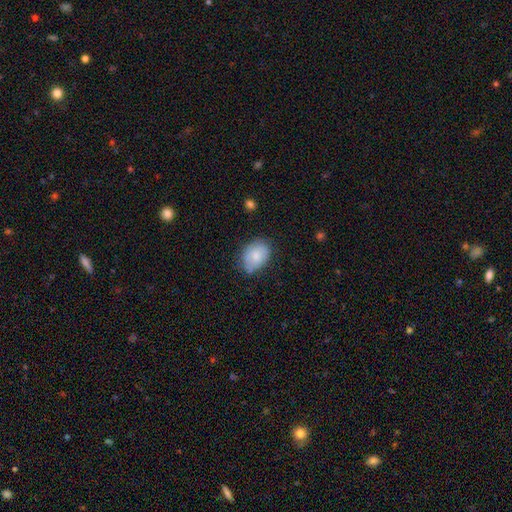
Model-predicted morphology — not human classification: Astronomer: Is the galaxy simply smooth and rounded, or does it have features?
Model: smooth — 76%.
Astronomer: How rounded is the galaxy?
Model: in between — 78%.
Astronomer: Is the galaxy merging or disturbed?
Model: none — 63%.